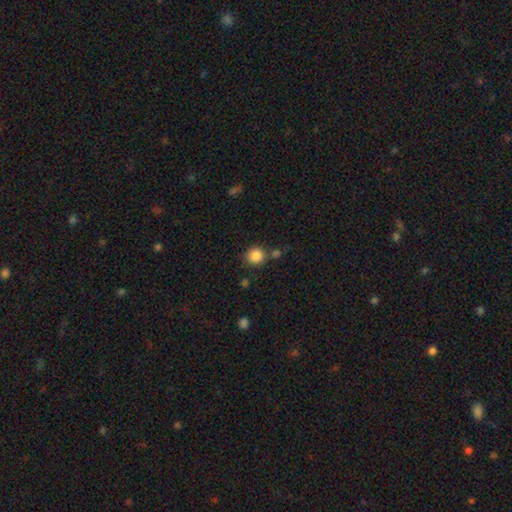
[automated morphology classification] Smooth or featured?
  - smooth: 86% *
  - star or artifact: 10%
  - featured or disk: 4%
How rounded?
  - round: 90% *
  - in between: 9%
  - cigar-shaped: 1%
Merging?
  - none: 76% *
  - merger: 10%
  - minor disturbance: 10%
  - major disturbance: 4%